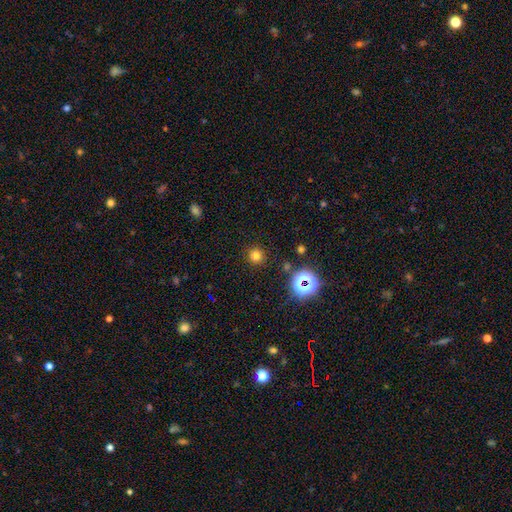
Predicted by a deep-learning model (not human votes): This is likely a smooth galaxy (73%). How rounded: clearly round (94%). Merging: clearly none (90%).